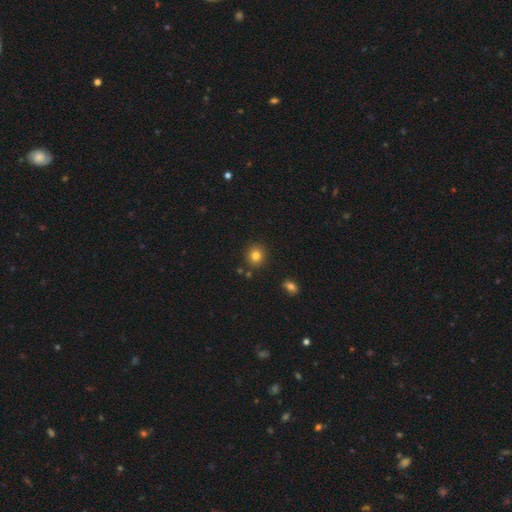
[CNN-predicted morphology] Smooth or featured?
  - smooth: 82% *
  - star or artifact: 11%
  - featured or disk: 7%
How rounded?
  - round: 87% *
  - in between: 12%
  - cigar-shaped: 1%
Merging?
  - none: 86% *
  - minor disturbance: 7%
  - merger: 4%
  - major disturbance: 2%